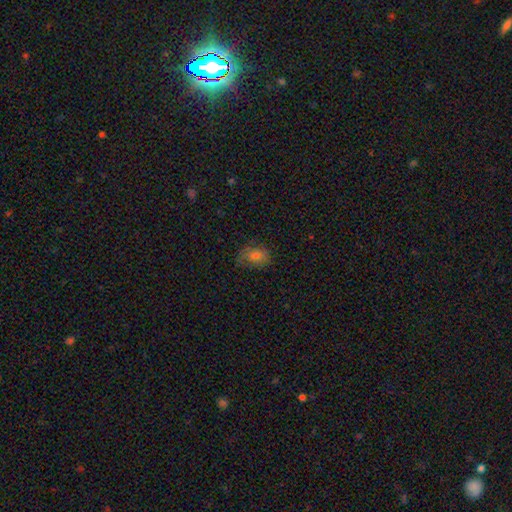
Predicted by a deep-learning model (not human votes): Smooth or featured?
  - smooth: 71% *
  - featured or disk: 17%
  - star or artifact: 12%
How rounded?
  - in between: 69% *
  - round: 29%
  - cigar-shaped: 1%
Merging?
  - none: 66% *
  - minor disturbance: 25%
  - major disturbance: 8%
  - merger: 1%